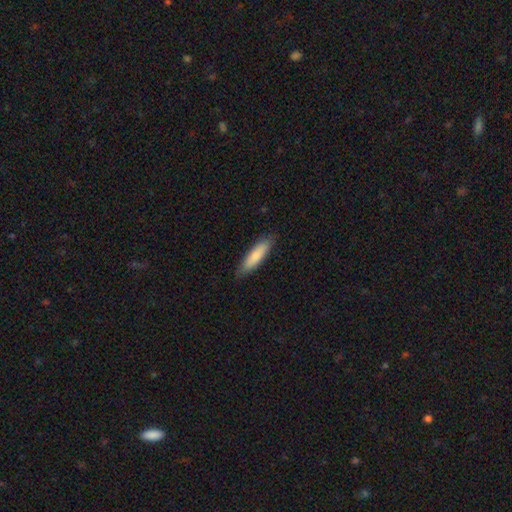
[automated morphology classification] smooth 81%, featured or disk 14%, star or artifact 5%. Down the decision tree: how rounded — cigar-shaped (69%); merging — none (85%).